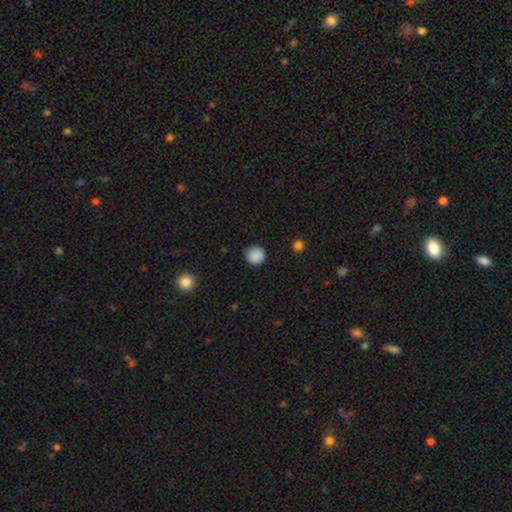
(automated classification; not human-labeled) Smooth or featured? Predicted: smooth (p=0.88). How rounded? Predicted: round (p=0.93). Merging? Predicted: none (p=0.86).